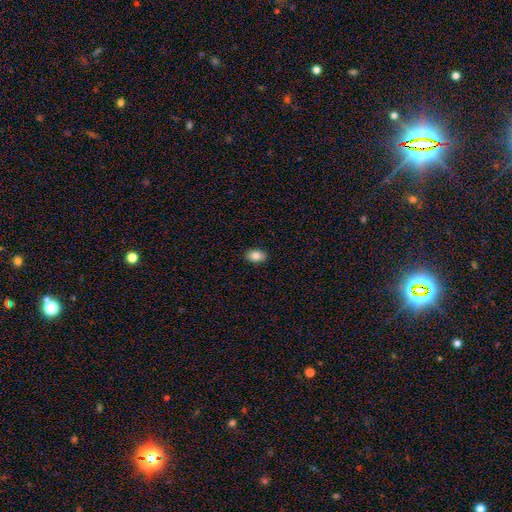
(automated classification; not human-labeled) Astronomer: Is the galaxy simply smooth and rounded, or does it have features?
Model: smooth — 84%.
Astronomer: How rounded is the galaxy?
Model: in between — 86%.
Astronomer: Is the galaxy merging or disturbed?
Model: none — 89%.